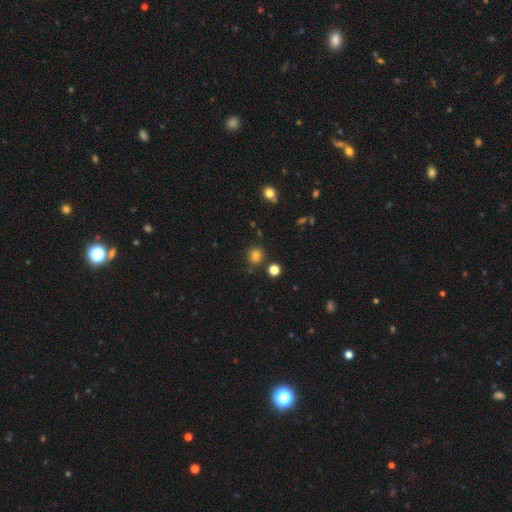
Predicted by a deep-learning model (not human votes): Smooth or featured? Predicted: smooth (p=0.81). How rounded? Predicted: round (p=0.83). Merging? Predicted: none (p=0.82).